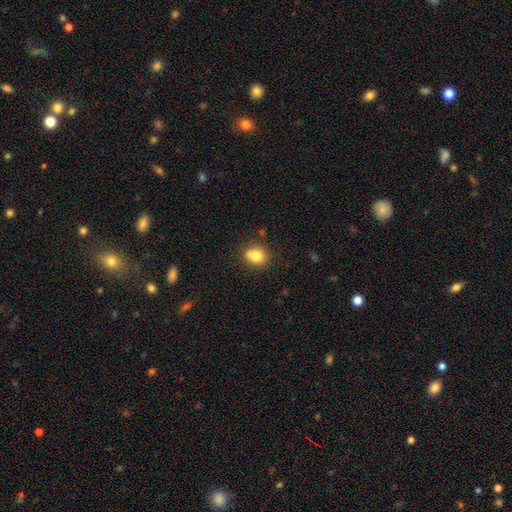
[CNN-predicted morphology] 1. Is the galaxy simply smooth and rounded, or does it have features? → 77% smooth, 12% featured or disk, 11% star or artifact.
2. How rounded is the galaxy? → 72% round, 27% in between, 1% cigar-shaped.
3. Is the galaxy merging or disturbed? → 62% none, 18% merger, 16% minor disturbance, 4% major disturbance.